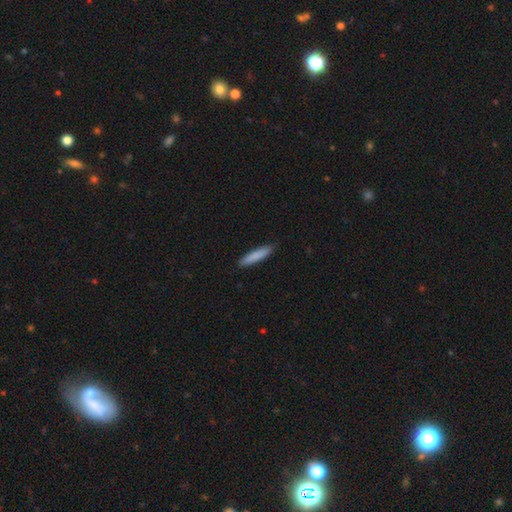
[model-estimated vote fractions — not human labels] Smooth or featured? smooth (85%)
How rounded? cigar-shaped (88%)
Merging? none (88%)